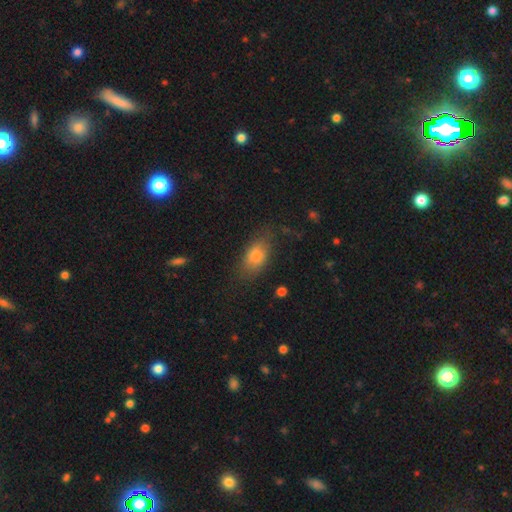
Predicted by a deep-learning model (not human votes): smooth-or-featured: smooth: 78% | featured or disk: 13% | star or artifact: 9%
  how-rounded: in between: 85% | cigar-shaped: 8% | round: 7%
  merging: none: 70% | minor disturbance: 21% | major disturbance: 8% | merger: 2%